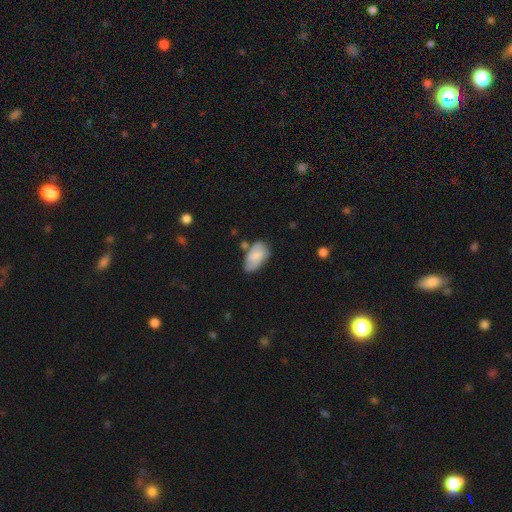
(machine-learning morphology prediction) smooth_or_featured: smooth (p=0.72) [alt: featured or disk p=0.20]
how_rounded: in between (p=0.93) [alt: round p=0.05]
merging: none (p=0.47) [alt: minor disturbance p=0.34]